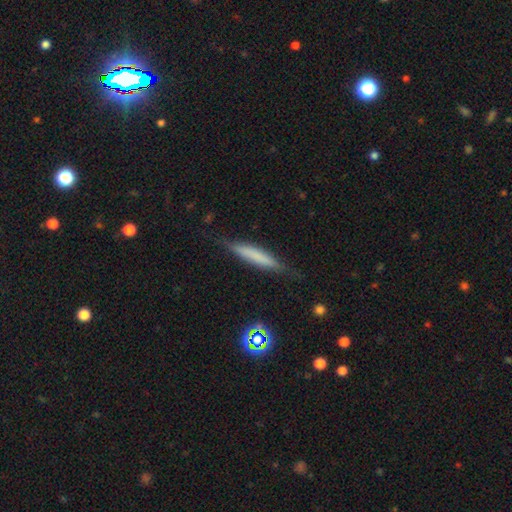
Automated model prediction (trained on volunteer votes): This is likely a smooth galaxy (63%). How rounded: clearly cigar-shaped (90%). Merging: likely none (79%).